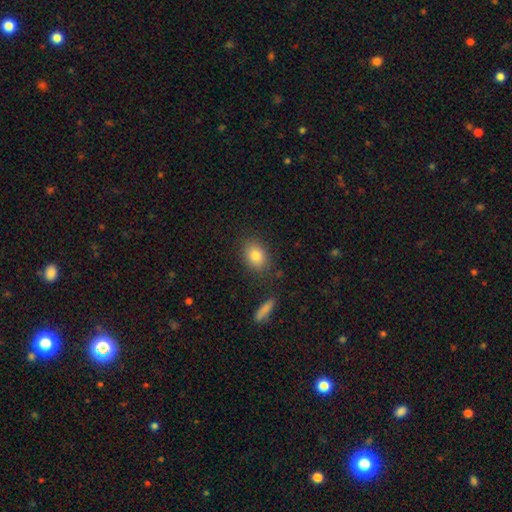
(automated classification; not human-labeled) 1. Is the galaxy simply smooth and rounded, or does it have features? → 83% smooth, 9% star or artifact, 8% featured or disk.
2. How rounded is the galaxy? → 64% in between, 34% round, 2% cigar-shaped.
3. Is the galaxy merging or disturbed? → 83% none, 11% minor disturbance, 3% major disturbance, 3% merger.